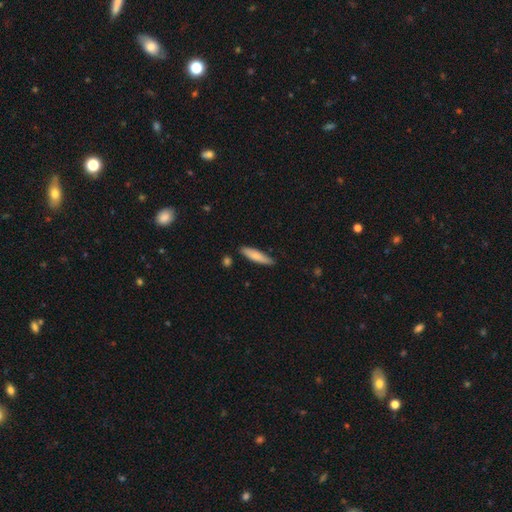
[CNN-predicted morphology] Smooth or featured? Predicted: smooth (p=0.79). How rounded? Predicted: cigar-shaped (p=0.80). Merging? Predicted: none (p=0.82).